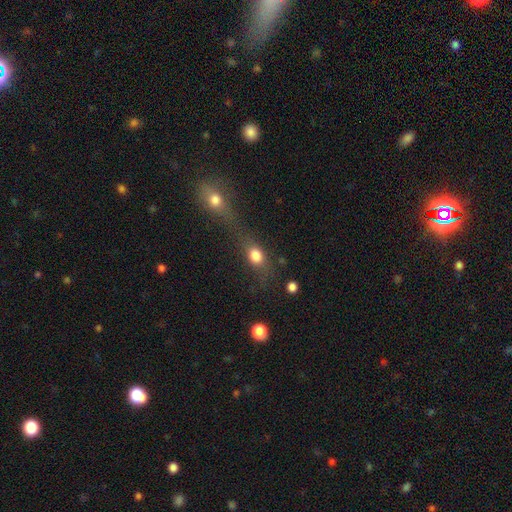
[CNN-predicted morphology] Smooth or featured? Predicted: smooth (p=0.76). How rounded? Predicted: in between (p=0.50). Merging? Predicted: none (p=0.40).